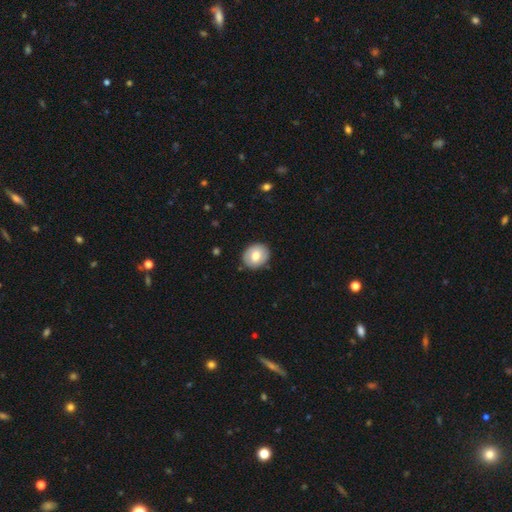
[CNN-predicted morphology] Overall: smooth (66%; featured or disk 27%). How rounded: round (68%; in between 31%). Merging: none (86%).